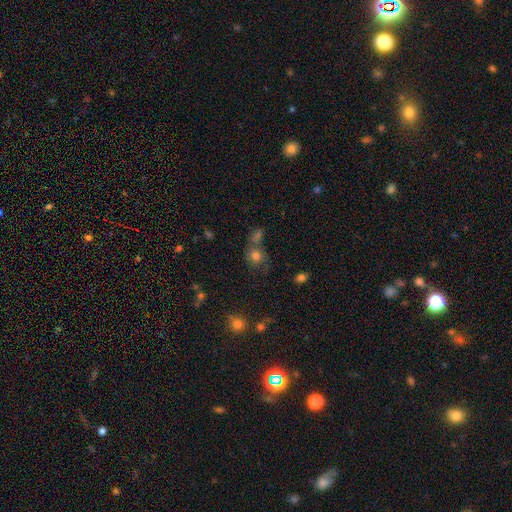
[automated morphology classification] Smooth or featured?
  - smooth: 74% *
  - star or artifact: 15%
  - featured or disk: 11%
How rounded?
  - round: 76% *
  - in between: 23%
  - cigar-shaped: 1%
Merging?
  - none: 50% *
  - merger: 30%
  - minor disturbance: 13%
  - major disturbance: 7%